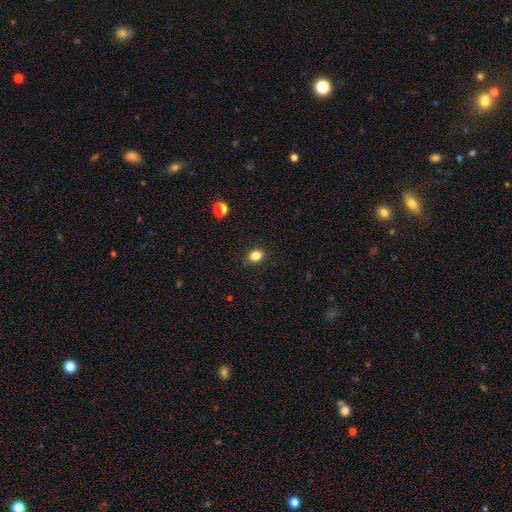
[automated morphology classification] Smooth or featured: smooth — 84% (star or artifact — 11%)
How rounded: in between — 62% (round — 37%)
Merging: none — 89% (minor disturbance — 8%)